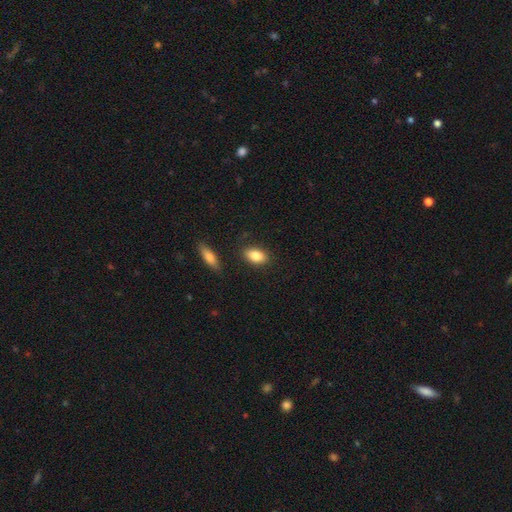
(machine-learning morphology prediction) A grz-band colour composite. It shows a smooth galaxy with no disk features (84%) that is in between round and cigar-shaped (88%). Merging: none (85%).